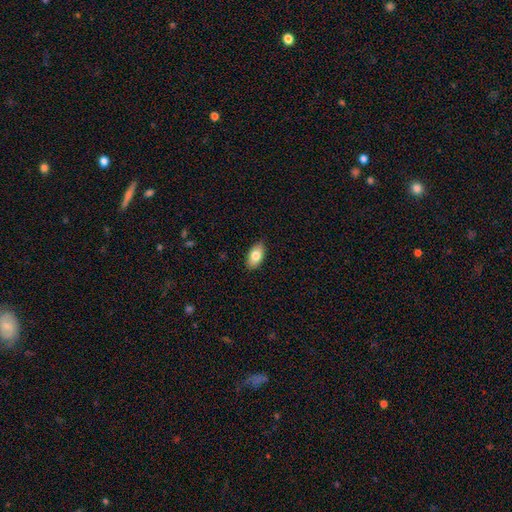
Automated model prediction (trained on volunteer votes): Smooth or featured?
  - smooth: 80% *
  - featured or disk: 13%
  - star or artifact: 7%
How rounded?
  - in between: 93% *
  - round: 4%
  - cigar-shaped: 3%
Merging?
  - none: 87% *
  - minor disturbance: 10%
  - major disturbance: 2%
  - merger: 1%